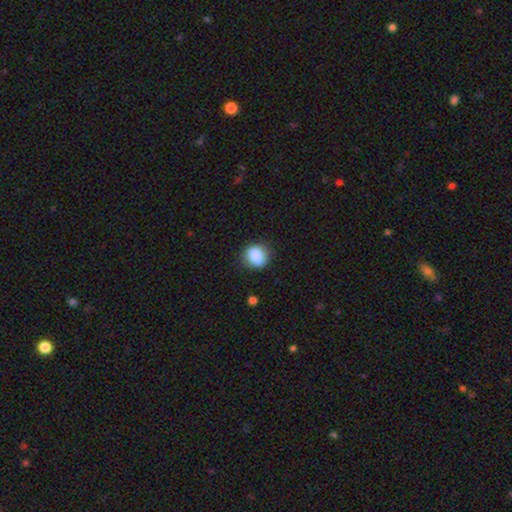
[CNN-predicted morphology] Smooth or featured: smooth — 86% (star or artifact — 8%)
How rounded: round — 57% (in between — 42%)
Merging: none — 80% (minor disturbance — 15%)